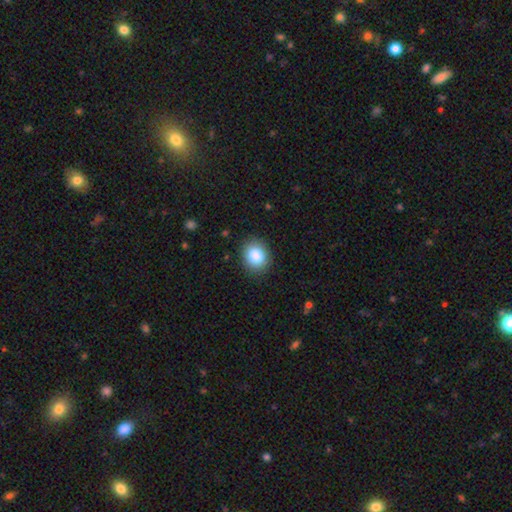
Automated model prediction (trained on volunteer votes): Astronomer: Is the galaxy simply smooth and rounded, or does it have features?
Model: smooth — 85%.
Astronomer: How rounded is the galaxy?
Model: round — 62% (runner-up: in between, 37%).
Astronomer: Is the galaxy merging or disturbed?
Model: none — 88%.